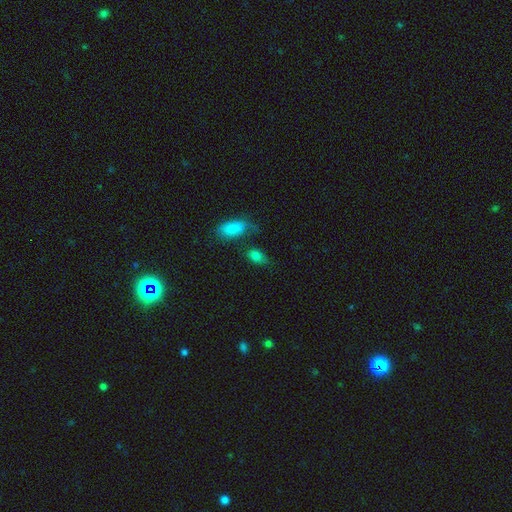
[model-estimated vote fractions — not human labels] smooth_or_featured: smooth (p=0.81) [alt: star or artifact p=0.10]
how_rounded: in between (p=0.88) [alt: round p=0.09]
merging: none (p=0.58) [alt: minor disturbance p=0.20]